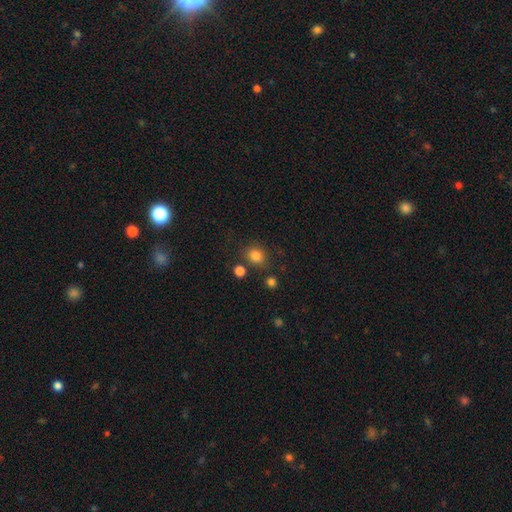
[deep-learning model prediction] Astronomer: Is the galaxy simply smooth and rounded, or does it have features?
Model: smooth — 81%.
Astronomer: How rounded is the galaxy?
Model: round — 69%.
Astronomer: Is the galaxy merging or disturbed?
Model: none — 74%.